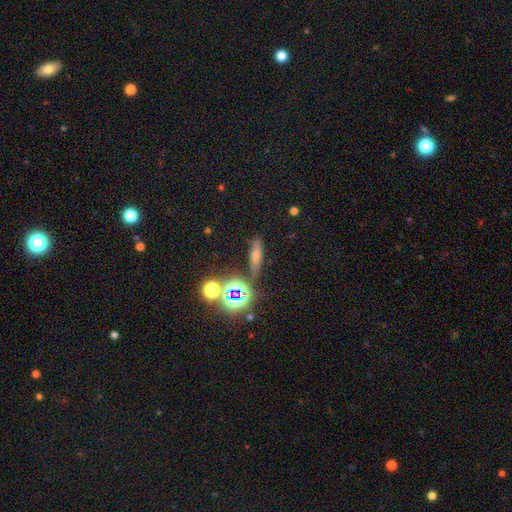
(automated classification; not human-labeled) This is marginally a smooth galaxy (39%). Merging: clearly none (82%).